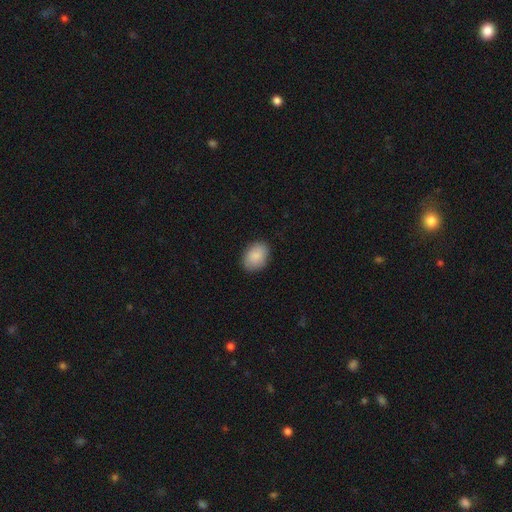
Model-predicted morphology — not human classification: Smooth or featured? Predicted: smooth (p=0.89). How rounded? Predicted: in between (p=0.77). Merging? Predicted: none (p=0.87).